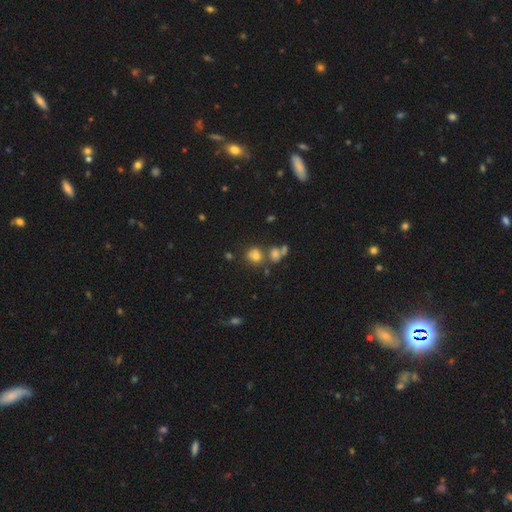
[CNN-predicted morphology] A smooth galaxy with no disk features (68%) that is round (77%).

Vote fractions:
- Smooth or featured? smooth: 68% / star or artifact: 19% / featured or disk: 13%
- How rounded? round: 77% / in between: 22% / cigar-shaped: 1%
- Merging? none: 53% / merger: 29% / minor disturbance: 12% / major disturbance: 6%